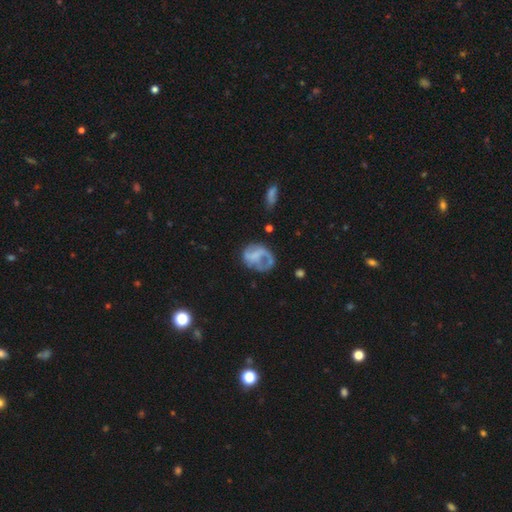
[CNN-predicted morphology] Overall: featured or disk (57%; smooth 34%). Edge-on disk: no (98%). Bar: no (56%; weak 30%). Spiral arms: yes (61%; no 39%). Bulge size: none (64%). Merging: none (42%; major disturbance 29%).